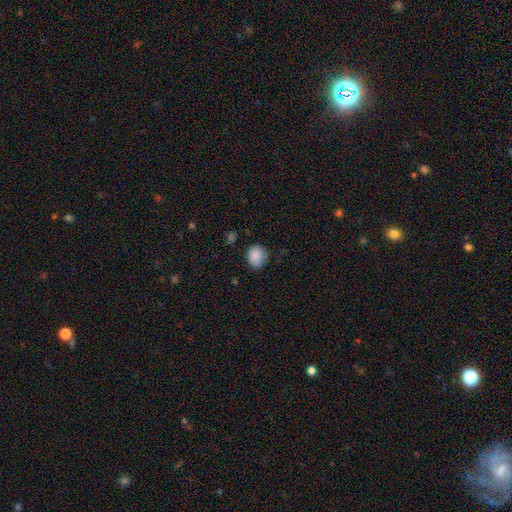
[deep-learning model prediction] Smooth or featured? smooth (88%)
How rounded? round (71%)
Merging? none (77%)